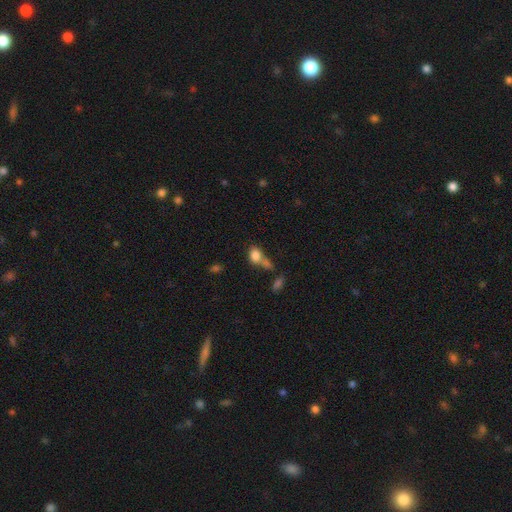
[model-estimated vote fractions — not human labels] Q: Smooth or featured?
A: smooth (80%); runner-up: star or artifact (10%)
Q: How rounded?
A: in between (69%); runner-up: round (28%)
Q: Merging?
A: merger (44%); runner-up: none (35%)